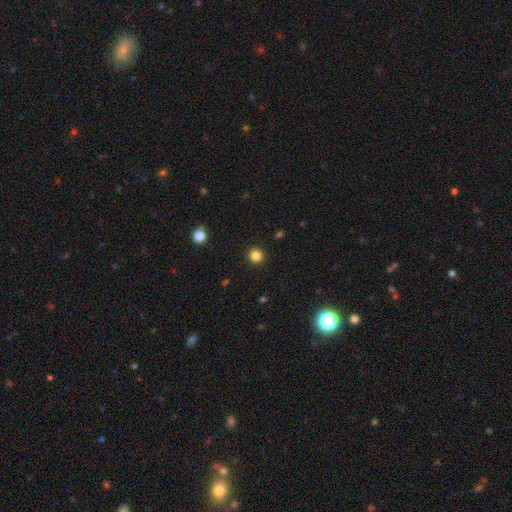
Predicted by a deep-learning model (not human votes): A smooth galaxy with no disk features (83%) that is round (93%).

Vote fractions:
- Smooth or featured? smooth: 83% / star or artifact: 13% / featured or disk: 4%
- How rounded? round: 93% / in between: 6% / cigar-shaped: 1%
- Merging? none: 93% / minor disturbance: 5% / major disturbance: 2% / merger: 1%